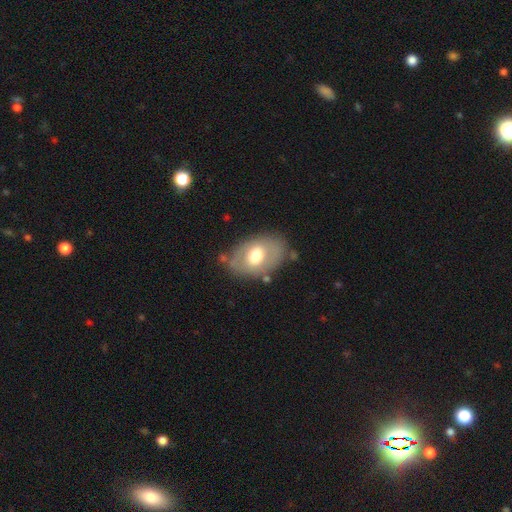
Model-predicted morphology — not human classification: Overall: smooth (56%; featured or disk 37%). How rounded: in between (80%). Merging: none (71%).